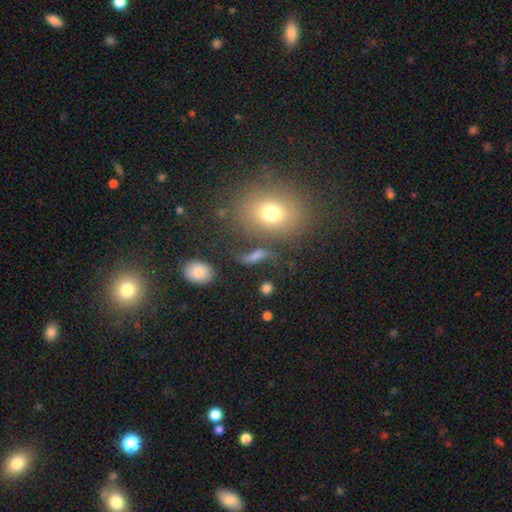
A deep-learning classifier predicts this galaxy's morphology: Smooth or featured? smooth (55%)
How rounded? in between (55%)
Merging? none (68%)